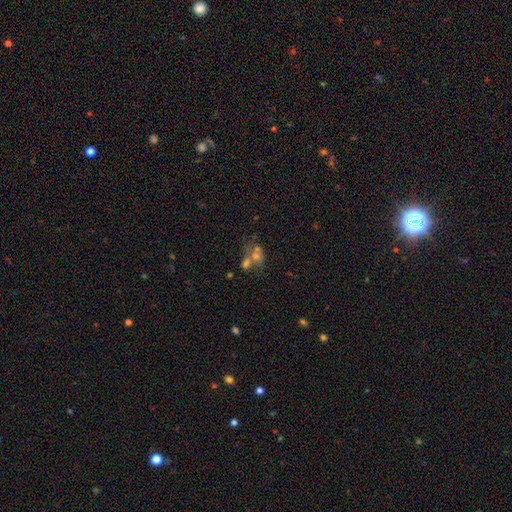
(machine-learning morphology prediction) Overall: smooth (45%; featured or disk 29%). Merging: merger (48%; none 34%).